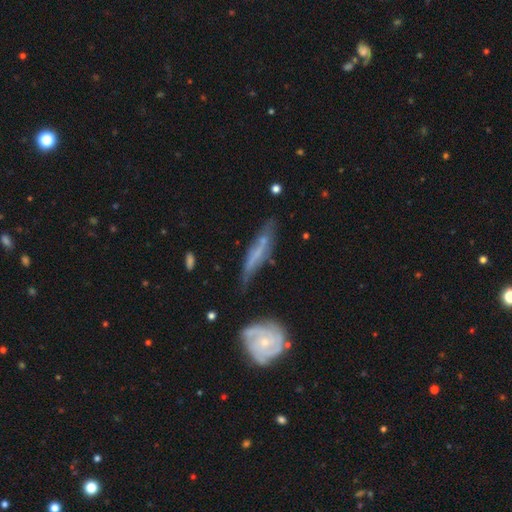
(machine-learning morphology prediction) type=featured or disk (61%); edge-on=no (52%); merging=none (57%).